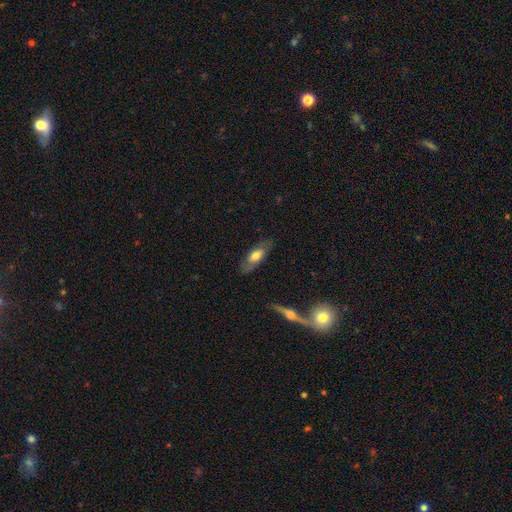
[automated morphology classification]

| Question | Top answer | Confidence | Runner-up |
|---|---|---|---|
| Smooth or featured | smooth | 49% | featured or disk (44%) |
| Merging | none | 77% | minor disturbance (16%) |